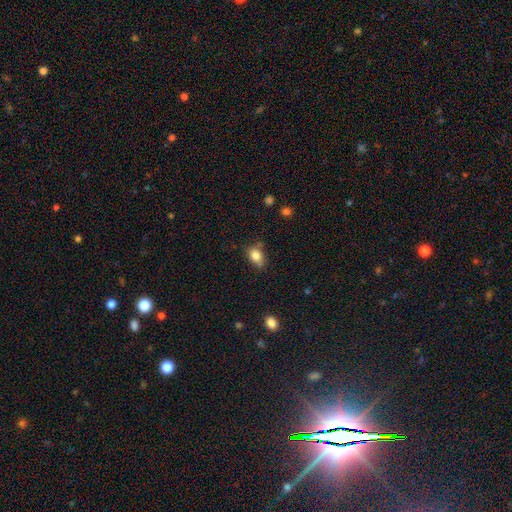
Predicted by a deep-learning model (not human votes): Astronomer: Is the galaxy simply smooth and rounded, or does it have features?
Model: smooth — 83%.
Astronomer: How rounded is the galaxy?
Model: in between — 78%.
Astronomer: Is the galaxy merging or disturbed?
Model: none — 65%.